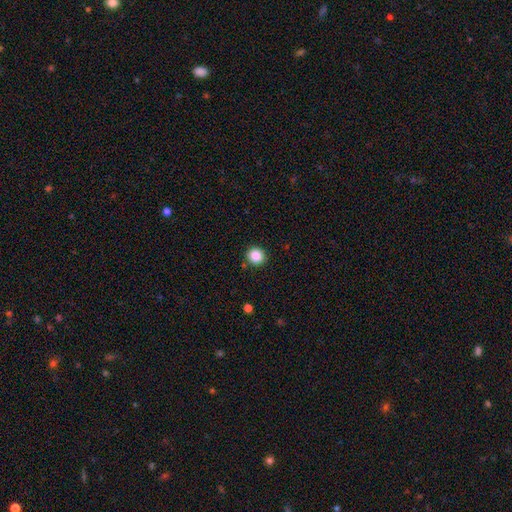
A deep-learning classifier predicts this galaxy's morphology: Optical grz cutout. It shows a smooth galaxy with no disk features (86%) that is round (93%). Merging: none (90%).